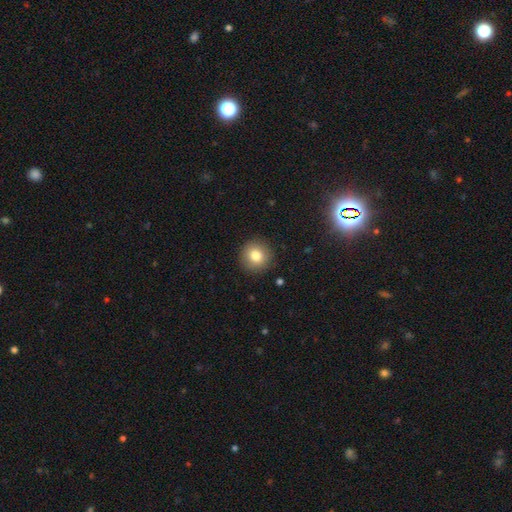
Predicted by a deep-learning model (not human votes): Smooth or featured?
  - smooth: 81% *
  - star or artifact: 10%
  - featured or disk: 9%
How rounded?
  - round: 93% *
  - in between: 6%
  - cigar-shaped: 1%
Merging?
  - none: 91% *
  - minor disturbance: 6%
  - major disturbance: 2%
  - merger: 1%